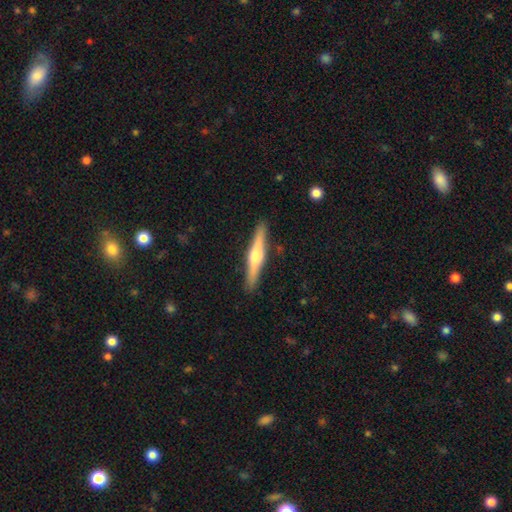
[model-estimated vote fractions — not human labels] The model was most divided on "smooth or featured": featured or disk: 63%, smooth: 31%, star or artifact: 5%. More confident: edge-on disk — yes (98%); merging — none (90%); edge-on bulge — rounded (83%).